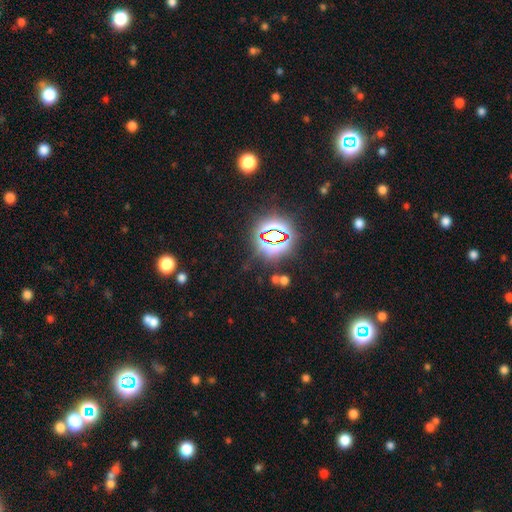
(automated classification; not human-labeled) Q: Smooth or featured?
A: star or artifact (81%); runner-up: smooth (12%)